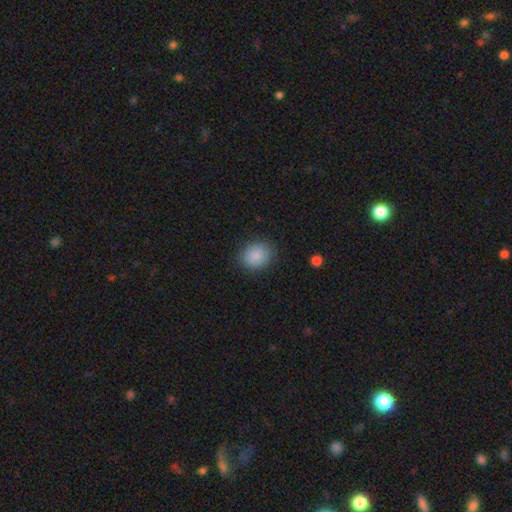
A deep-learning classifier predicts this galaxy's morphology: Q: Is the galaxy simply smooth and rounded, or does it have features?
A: smooth — 87%.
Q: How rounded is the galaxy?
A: round — 65%.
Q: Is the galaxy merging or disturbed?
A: none — 84%.